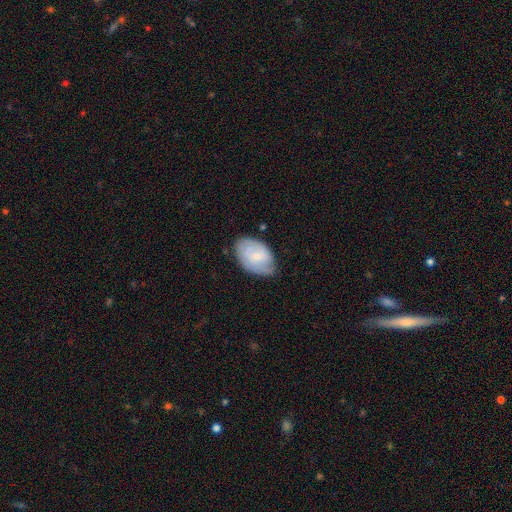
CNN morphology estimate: Smooth or featured?
  - smooth: 48% *
  - featured or disk: 46%
  - star or artifact: 6%
Merging?
  - none: 64% *
  - minor disturbance: 28%
  - major disturbance: 6%
  - merger: 2%